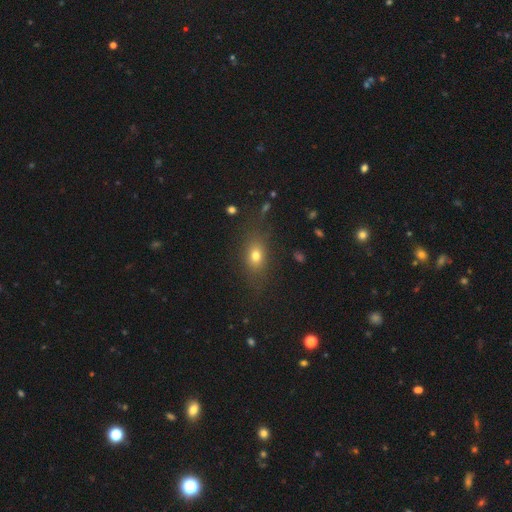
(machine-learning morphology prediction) A smooth galaxy with no disk features (73%) that is in between round and cigar-shaped (68%). Merging: none (78%).